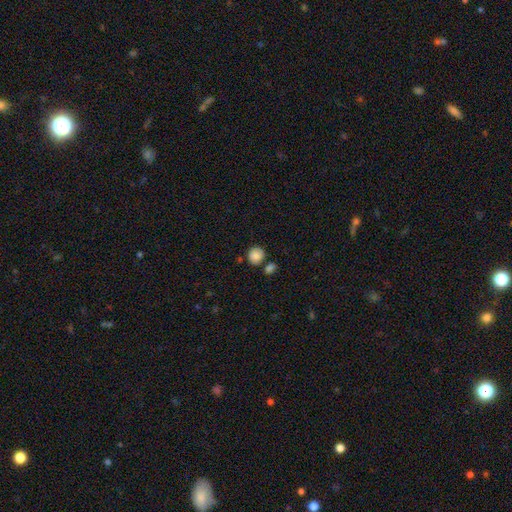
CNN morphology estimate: smooth-or-featured: smooth: 85% | star or artifact: 8% | featured or disk: 6%
  how-rounded: round: 87% | in between: 12% | cigar-shaped: 1%
  merging: none: 68% | merger: 16% | minor disturbance: 12% | major disturbance: 3%